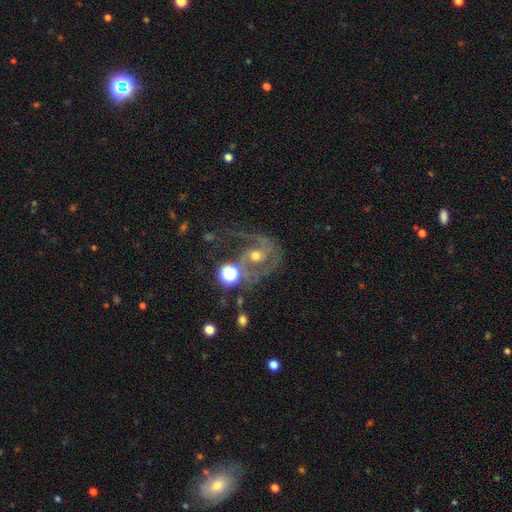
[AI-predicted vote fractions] featured or disk 79%, smooth 12%, star or artifact 9%. Down the decision tree: edge-on disk — no (98%); bar — no (58%); spiral arms — yes (91%); spiral arm count — 2 (57%); spiral winding — medium (48%); bulge size — moderate (66%); merging — none (38%).